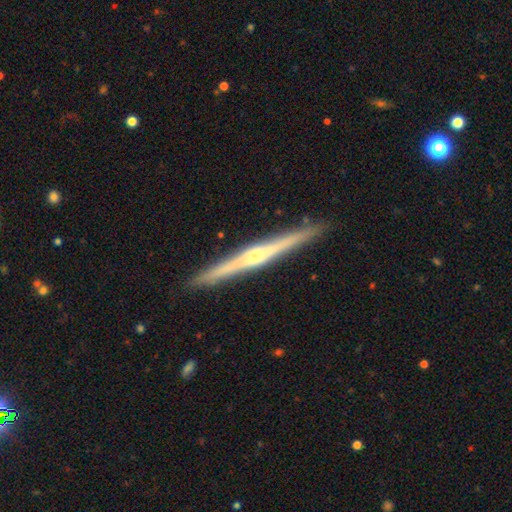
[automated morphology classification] Overall: featured or disk (77%). Edge-on disk: yes (98%). Edge-on bulge: rounded (68%). Merging: none (92%).